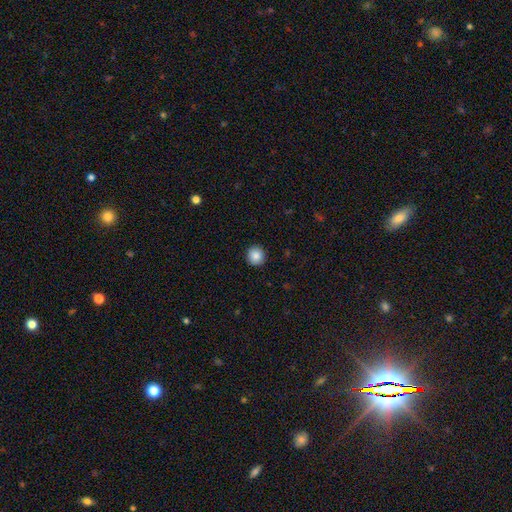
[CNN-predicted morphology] smooth_or_featured: smooth (p=0.87) [alt: star or artifact p=0.08]
how_rounded: round (p=0.94) [alt: in between p=0.05]
merging: none (p=0.92) [alt: minor disturbance p=0.05]